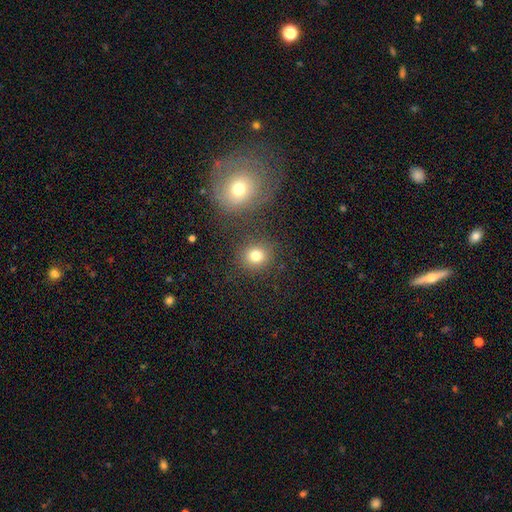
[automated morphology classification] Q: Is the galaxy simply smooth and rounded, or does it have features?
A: smooth — 79%.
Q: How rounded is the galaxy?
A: round — 82%.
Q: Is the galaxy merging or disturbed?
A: none — 79%.